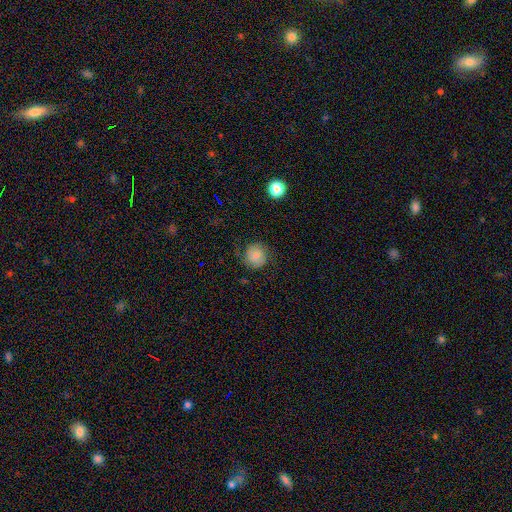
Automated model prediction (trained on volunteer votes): Smooth or featured? smooth (68%)
How rounded? round (90%)
Merging? none (73%)